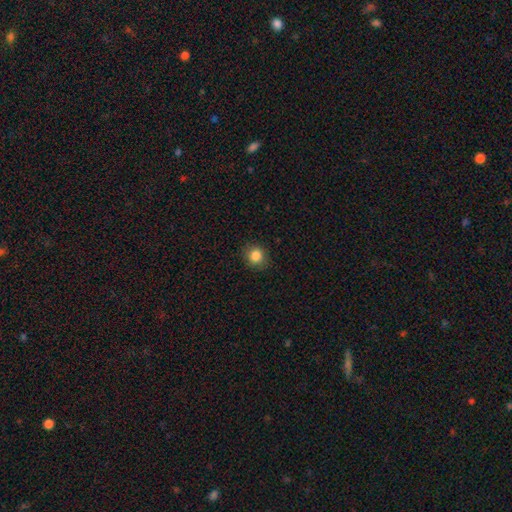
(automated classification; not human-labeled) A smooth galaxy with no disk features (85%) that is round (84%). Merging: none (88%).